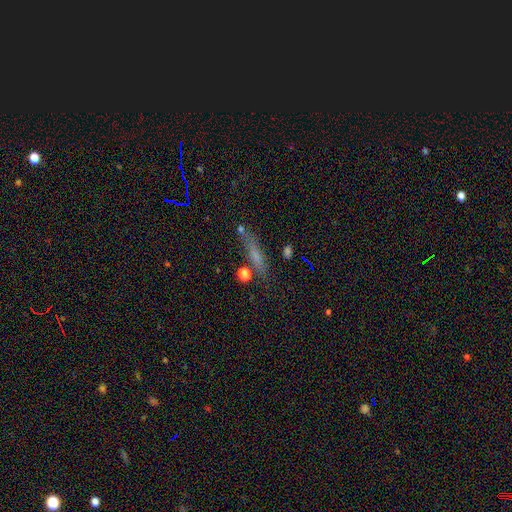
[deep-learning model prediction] Morphology: type=smooth (54%); roundness=cigar-shaped (79%); merging=none (73%).